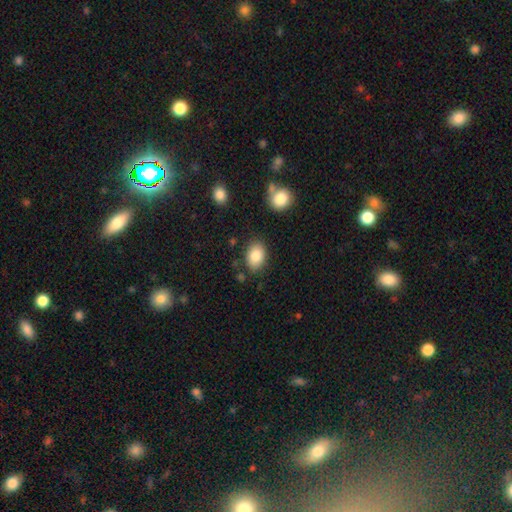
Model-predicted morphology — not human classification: The model was most divided on "how rounded": in between: 81%, round: 18%, cigar-shaped: 1%. More confident: smooth or featured — smooth (85%); merging — none (81%).